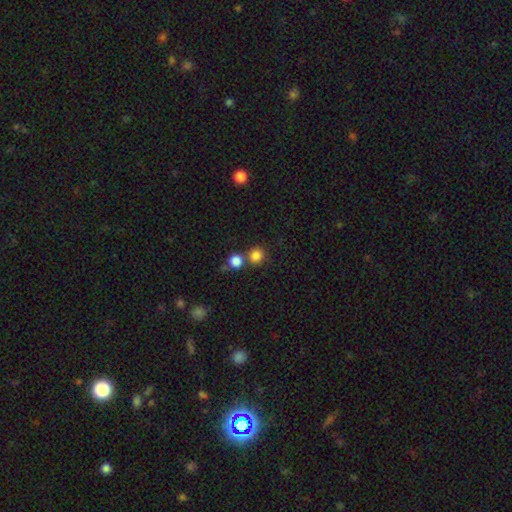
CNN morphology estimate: Smooth or featured: smooth — 83% (star or artifact — 12%)
How rounded: round — 88% (in between — 11%)
Merging: none — 62% (merger — 27%)